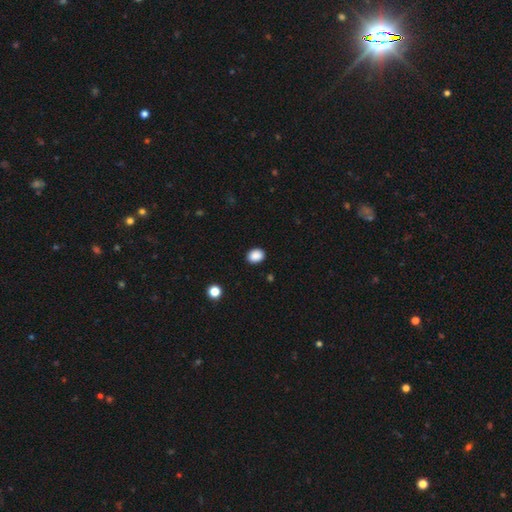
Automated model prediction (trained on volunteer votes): Smooth or featured: smooth — 88% (star or artifact — 9%)
How rounded: in between — 56% (round — 43%)
Merging: none — 90% (minor disturbance — 7%)